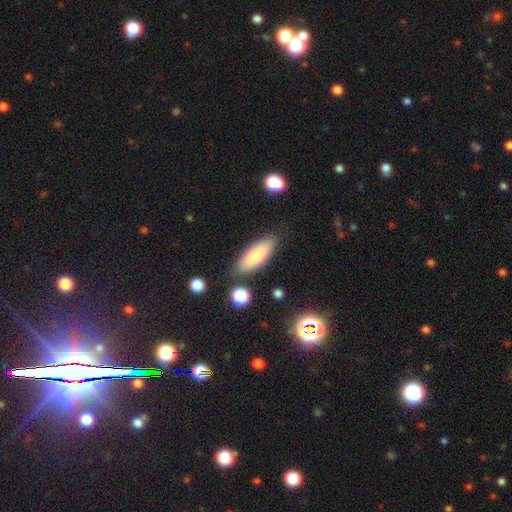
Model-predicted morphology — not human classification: A smooth galaxy with no disk features (83%) that is in between round and cigar-shaped (67%). Merging: none (82%).